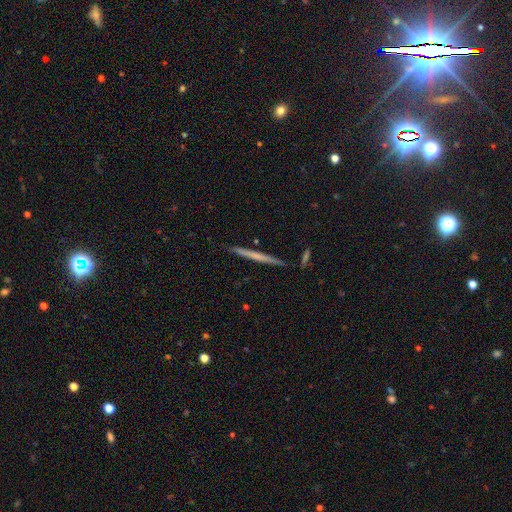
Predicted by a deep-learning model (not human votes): smooth_or_featured: featured or disk (p=0.48) [alt: smooth p=0.46]
merging: none (p=0.90) [alt: minor disturbance p=0.07]